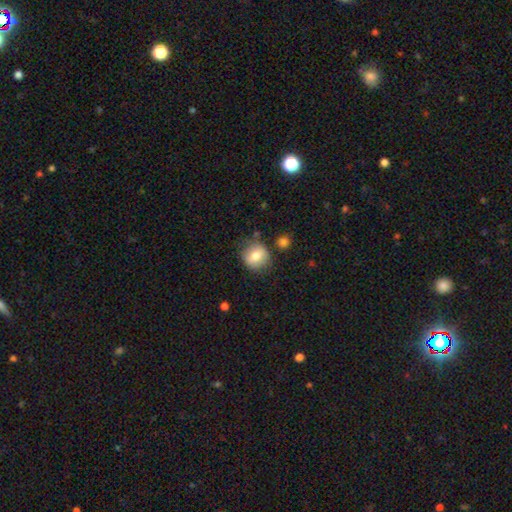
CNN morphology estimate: Overall: smooth (74%). How rounded: round (83%). Merging: none (77%).